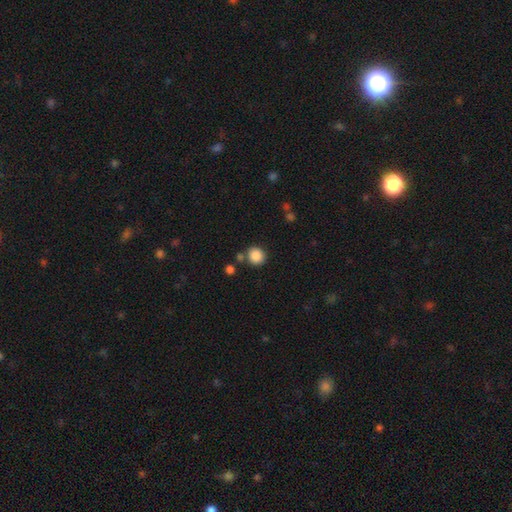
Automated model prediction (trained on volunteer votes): Smooth or featured? smooth (87%)
How rounded? round (89%)
Merging? none (78%)